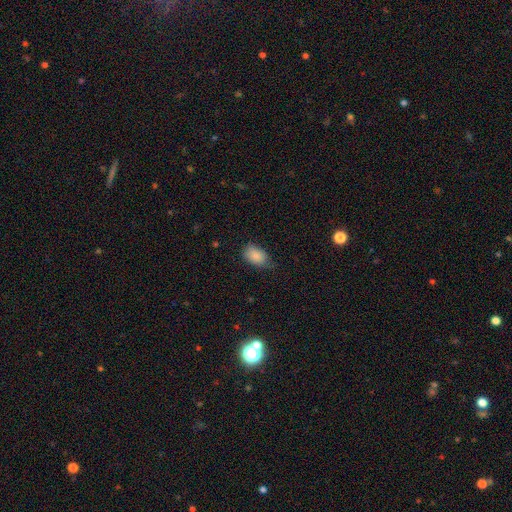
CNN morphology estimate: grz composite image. It shows a smooth galaxy with no disk features (87%) that is in between round and cigar-shaped (88%). Merging: none (63%).